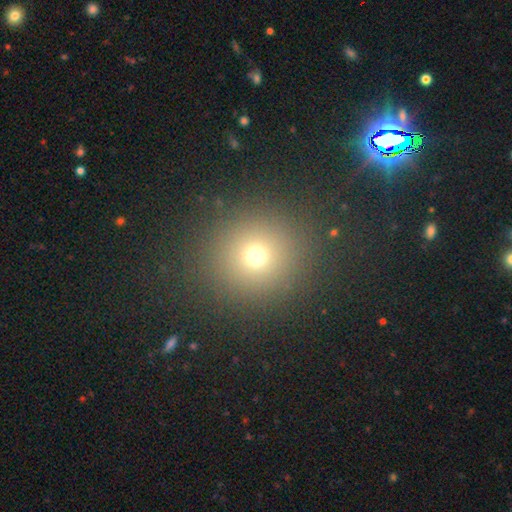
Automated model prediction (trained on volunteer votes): A smooth galaxy with no disk features (70%) that is round (90%). Merging: none (88%).